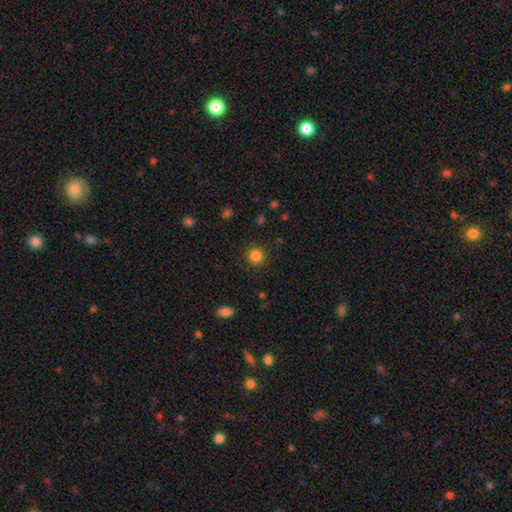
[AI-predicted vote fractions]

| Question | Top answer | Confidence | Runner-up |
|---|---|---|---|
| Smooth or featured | smooth | 84% | star or artifact (12%) |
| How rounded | round | 94% | in between (5%) |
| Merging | none | 90% | minor disturbance (7%) |